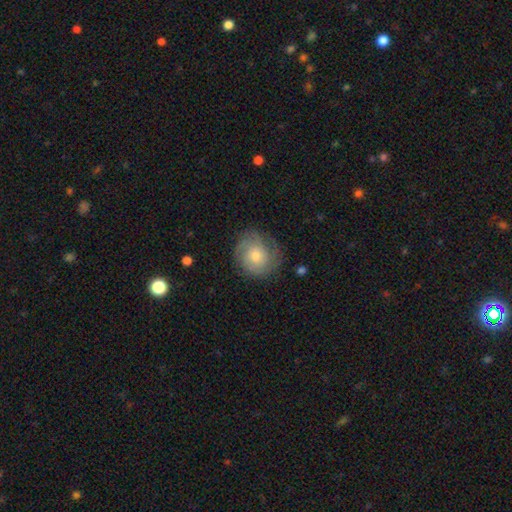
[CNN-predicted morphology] Q: Smooth or featured?
A: featured or disk (61%); runner-up: smooth (31%)
Q: Edge-on disk?
A: no (97%); runner-up: yes (3%)
Q: Bar?
A: no (80%); runner-up: weak (17%)
Q: Spiral arms?
A: yes (89%); runner-up: no (11%)
Q: Spiral winding?
A: tight (64%); runner-up: medium (27%)
Q: Spiral arm count?
A: can't tell (38%); runner-up: 3 (22%)
Q: Bulge size?
A: moderate (51%); runner-up: small (42%)
Q: Merging?
A: none (78%); runner-up: minor disturbance (15%)